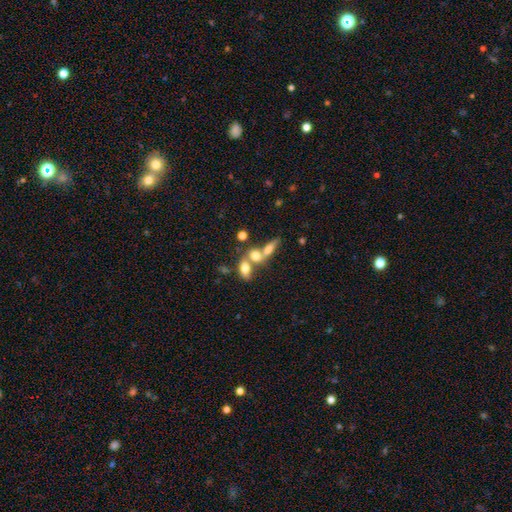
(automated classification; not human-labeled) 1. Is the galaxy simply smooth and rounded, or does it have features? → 69% smooth, 20% featured or disk, 11% star or artifact.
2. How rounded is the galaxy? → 72% in between, 19% round, 10% cigar-shaped.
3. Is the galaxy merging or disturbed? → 59% merger, 26% none, 8% minor disturbance, 6% major disturbance.